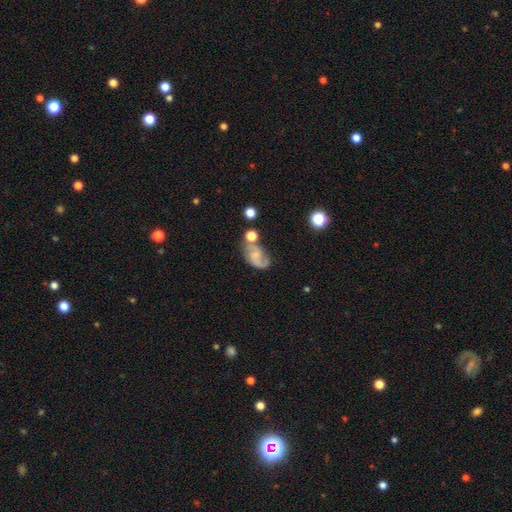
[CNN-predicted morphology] featured or disk 73%, smooth 18%, star or artifact 8%. Down the decision tree: edge-on disk — no (98%); bar — no (59%); spiral arms — yes (93%); spiral arm count — 2 (82%); spiral winding — medium (50%); bulge size — small (55%); merging — none (53%).